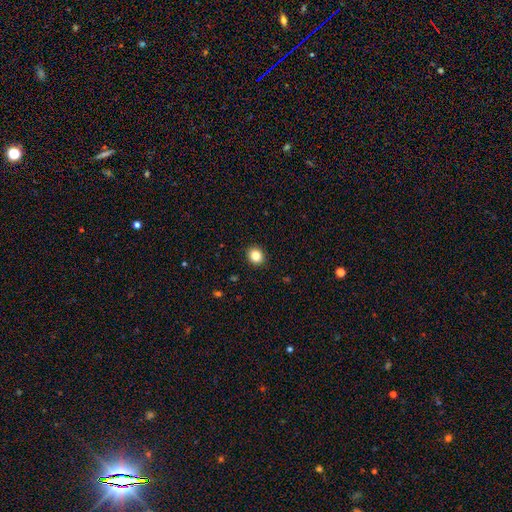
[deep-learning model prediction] This appears to be a smooth galaxy with no disk features (84%) that is round (74%). Merging: none (92%).